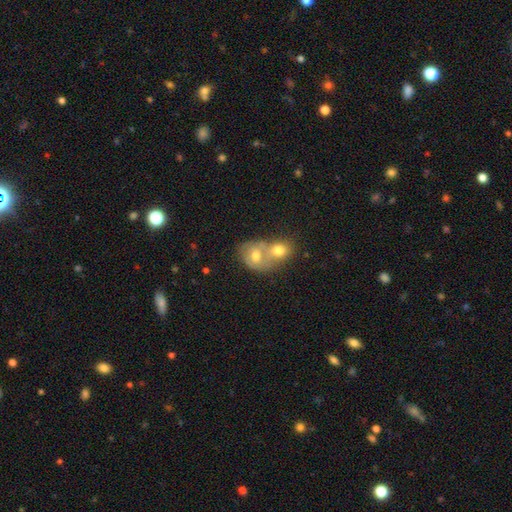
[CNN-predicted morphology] A smooth galaxy with no disk features (49%). Merging: merger (67%).